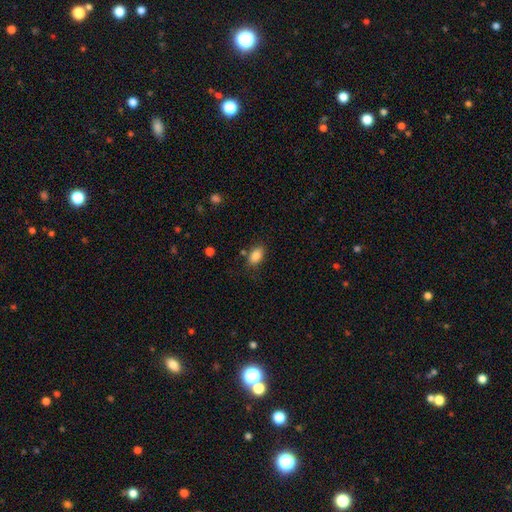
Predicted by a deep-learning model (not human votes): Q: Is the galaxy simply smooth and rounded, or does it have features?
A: smooth — 86%.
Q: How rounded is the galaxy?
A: in between — 89%.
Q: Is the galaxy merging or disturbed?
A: none — 77%.